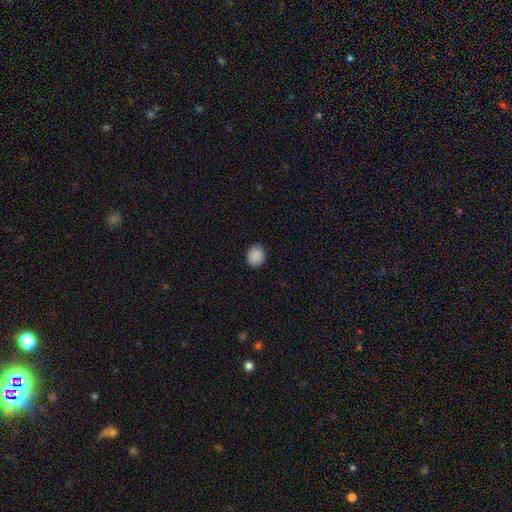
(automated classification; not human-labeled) This is clearly a smooth galaxy (89%). How rounded: likely round (67%). Merging: clearly none (90%).